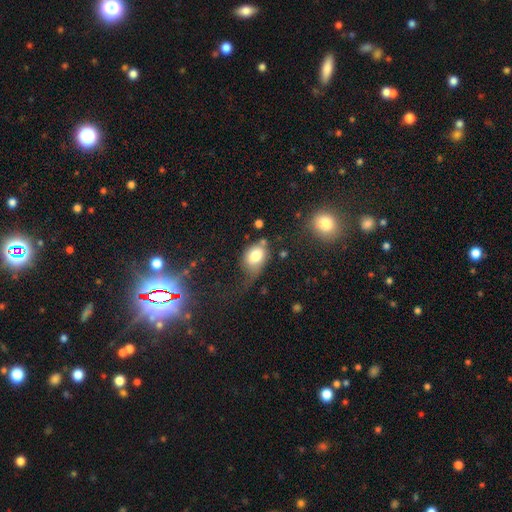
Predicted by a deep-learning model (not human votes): Morphology: type=smooth (75%); roundness=in between (69%); merging=none (33%).